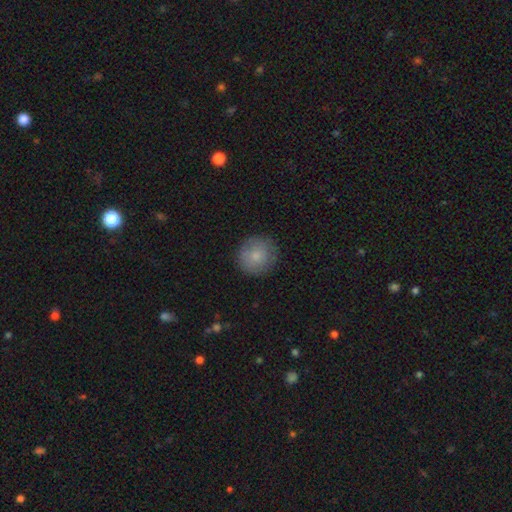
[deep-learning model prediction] smooth 79%, featured or disk 14%, star or artifact 7%. Down the decision tree: how rounded — round (94%); merging — none (86%).